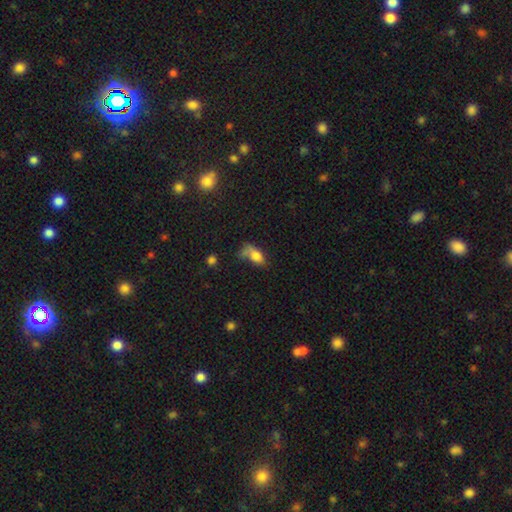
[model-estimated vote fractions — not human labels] Overall: smooth (75%). How rounded: in between (84%). Merging: none (31%; major disturbance 27%).